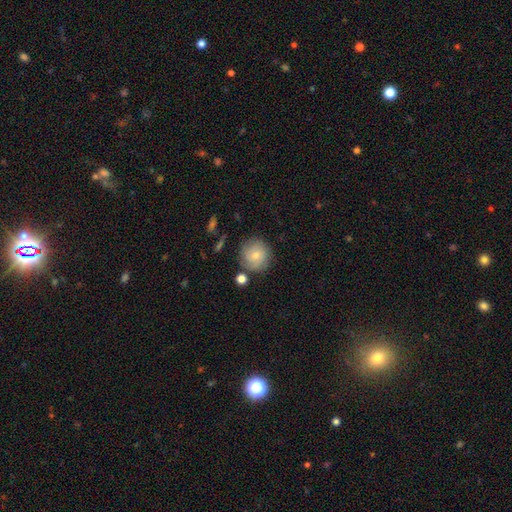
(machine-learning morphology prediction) Smooth or featured: smooth — 69% (featured or disk — 22%)
How rounded: round — 93% (in between — 7%)
Merging: none — 79% (minor disturbance — 13%)